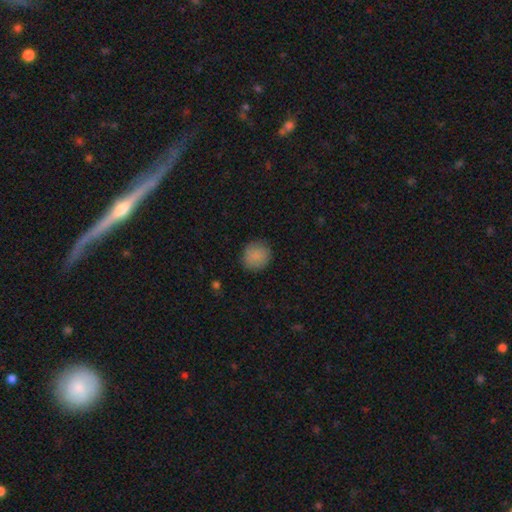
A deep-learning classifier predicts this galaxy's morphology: This appears to be a smooth galaxy with no disk features (87%) that is round (87%). Merging: none (86%).